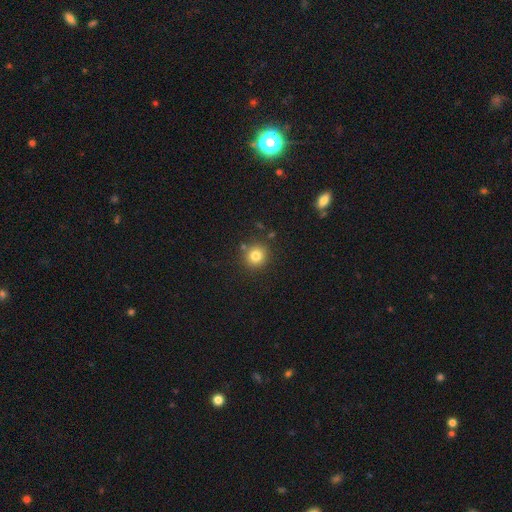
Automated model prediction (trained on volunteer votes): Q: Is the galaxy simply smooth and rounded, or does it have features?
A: smooth — 81%.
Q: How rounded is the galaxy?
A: round — 91%.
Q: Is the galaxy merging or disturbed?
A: none — 85%.